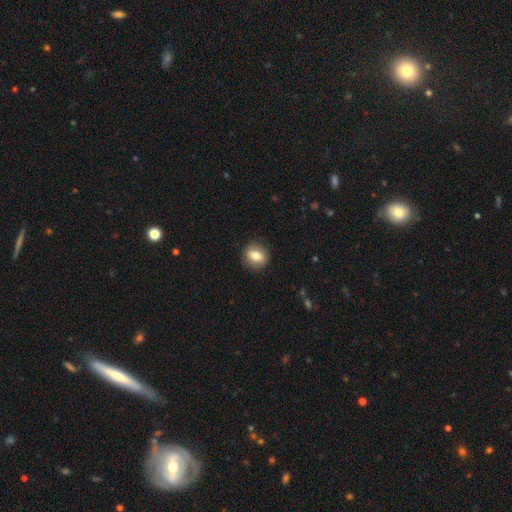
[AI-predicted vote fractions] smooth 75%, featured or disk 17%, star or artifact 8%. Down the decision tree: how rounded — round (59%); merging — none (88%).